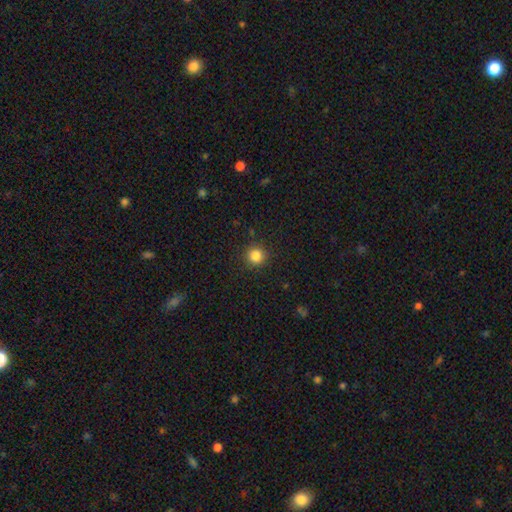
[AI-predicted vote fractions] smooth 84%, star or artifact 12%, featured or disk 4%. Down the decision tree: how rounded — round (94%); merging — none (91%).